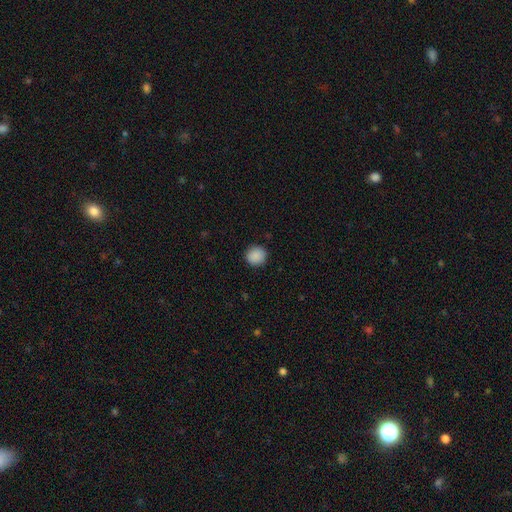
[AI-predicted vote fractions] Smooth or featured? smooth (89%)
How rounded? round (89%)
Merging? none (90%)